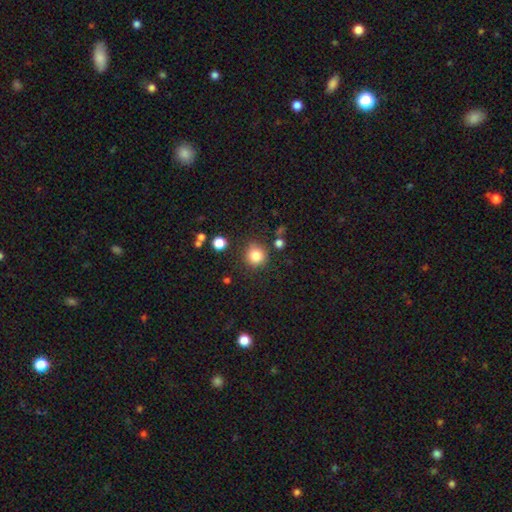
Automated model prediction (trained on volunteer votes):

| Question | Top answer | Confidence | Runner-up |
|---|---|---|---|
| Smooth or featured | smooth | 83% | star or artifact (11%) |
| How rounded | round | 91% | in between (8%) |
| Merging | none | 82% | minor disturbance (10%) |